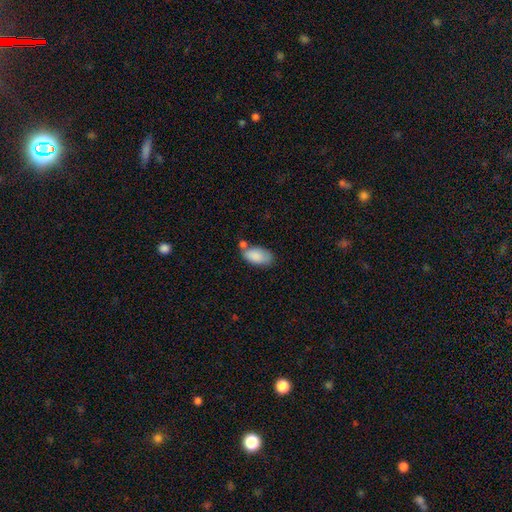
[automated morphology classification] smooth 86%, featured or disk 8%, star or artifact 7%. Down the decision tree: how rounded — in between (94%); merging — none (51%).